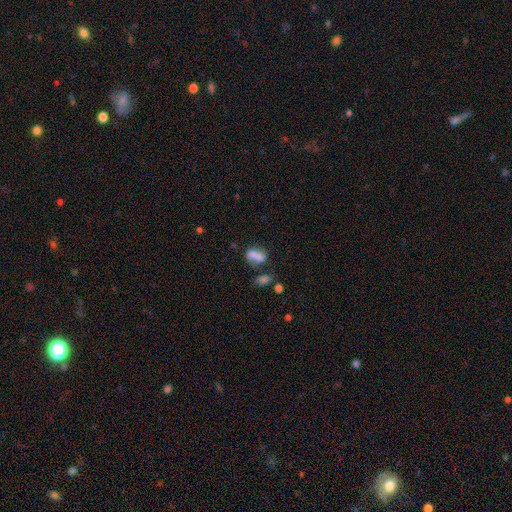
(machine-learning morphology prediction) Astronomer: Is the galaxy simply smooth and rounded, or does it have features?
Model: smooth — 72%.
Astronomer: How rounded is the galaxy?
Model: in between — 78%.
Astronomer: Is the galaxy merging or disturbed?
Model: merger — 41% (runner-up: none, 35%).